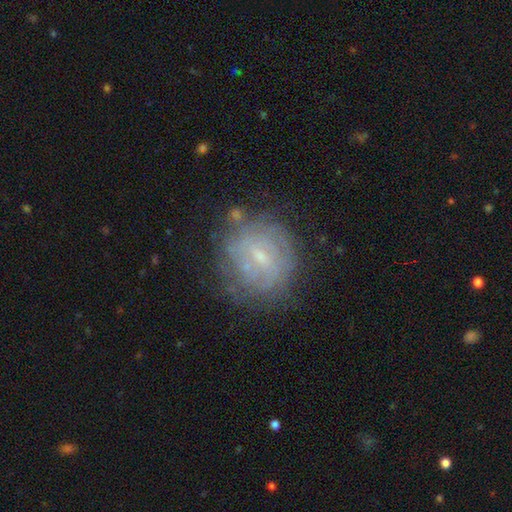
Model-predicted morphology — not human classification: type=featured or disk (54%); edge-on=no (96%); bar=weak (51%); spiral arms=yes (58%); bulge=small (70%); merging=none (76%).